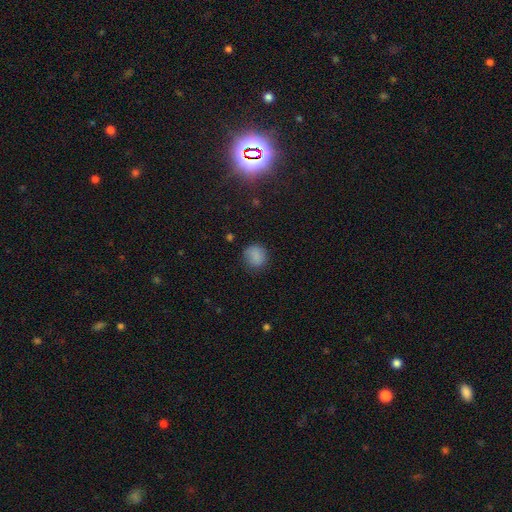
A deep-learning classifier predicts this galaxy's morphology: smooth-or-featured: smooth: 83% | star or artifact: 11% | featured or disk: 6%
  how-rounded: round: 83% | in between: 16% | cigar-shaped: 1%
  merging: none: 79% | minor disturbance: 15% | major disturbance: 4% | merger: 1%